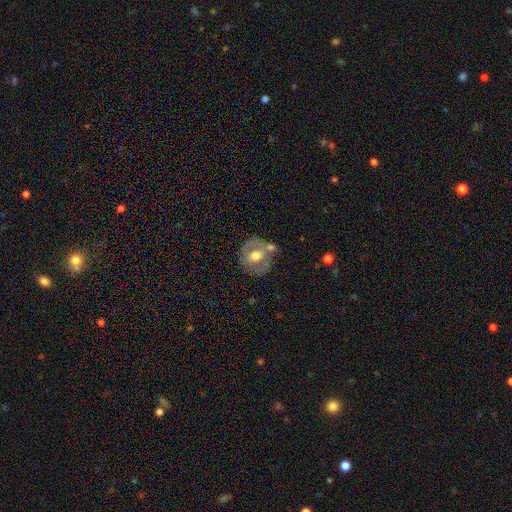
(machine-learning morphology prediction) type=featured or disk (57%); edge-on=no (94%); bar=no (53%); spiral arms=no (67%); bulge=moderate (69%); merging=none (57%).